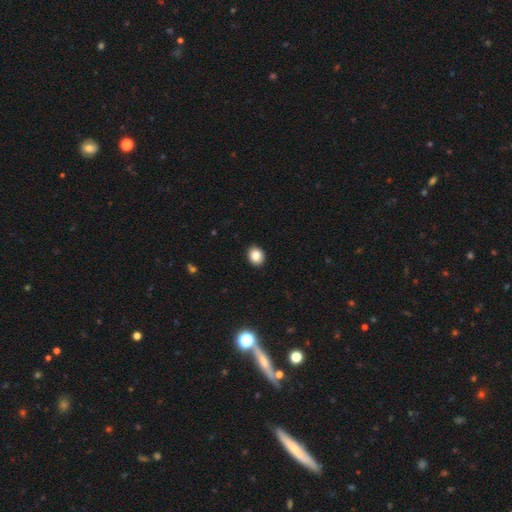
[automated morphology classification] This is clearly a smooth galaxy (85%). How rounded: likely round (63%). Merging: clearly none (92%).